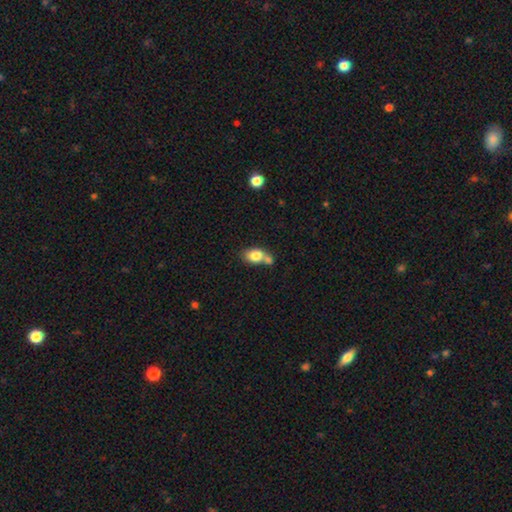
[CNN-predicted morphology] Smooth or featured? Predicted: smooth (p=0.80). How rounded? Predicted: in between (p=0.76). Merging? Predicted: merger (p=0.47).